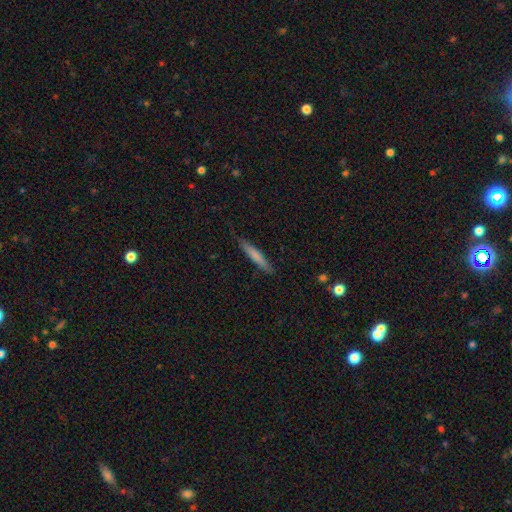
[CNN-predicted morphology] The model was most divided on "smooth or featured": smooth: 70%, featured or disk: 25%, star or artifact: 6%. More confident: how rounded — cigar-shaped (94%); merging — none (86%).